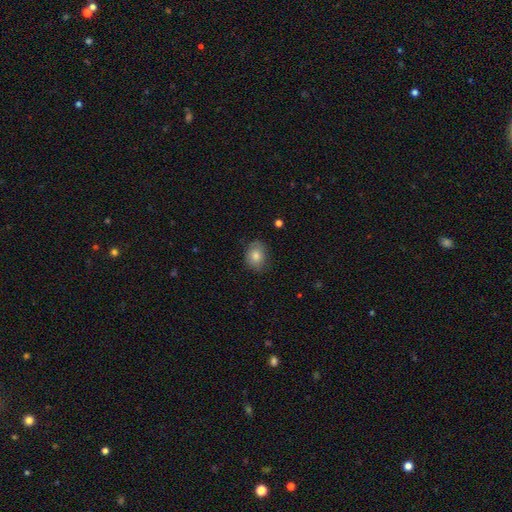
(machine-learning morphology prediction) smooth-or-featured: smooth: 79% | featured or disk: 11% | star or artifact: 10%
  how-rounded: round: 51% | in between: 48% | cigar-shaped: 1%
  merging: none: 77% | minor disturbance: 18% | major disturbance: 4% | merger: 1%